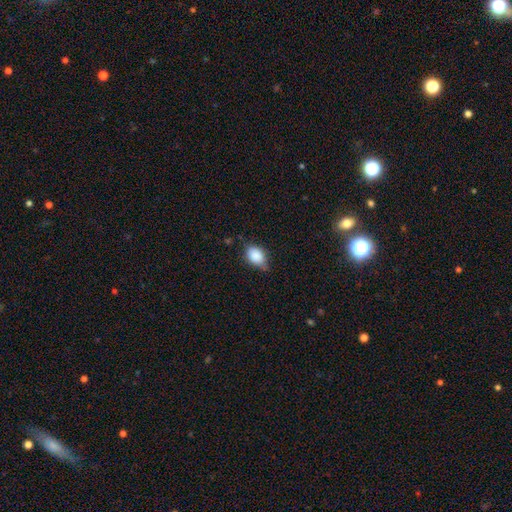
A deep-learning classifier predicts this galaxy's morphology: Q: Smooth or featured?
A: smooth (83%); runner-up: featured or disk (9%)
Q: How rounded?
A: in between (77%); runner-up: round (21%)
Q: Merging?
A: none (49%); runner-up: minor disturbance (40%)